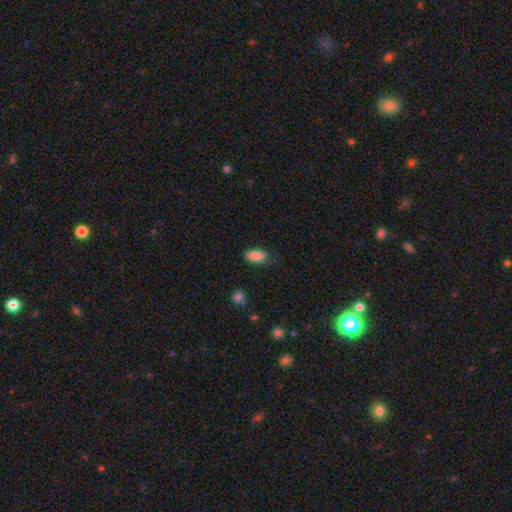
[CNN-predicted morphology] The model was most divided on "merging": none: 74%, minor disturbance: 21%, major disturbance: 4%, merger: 1%. More confident: how rounded — in between (93%); smooth or featured — smooth (85%).